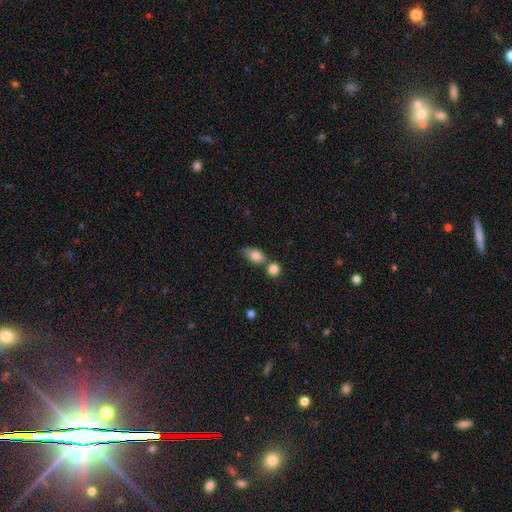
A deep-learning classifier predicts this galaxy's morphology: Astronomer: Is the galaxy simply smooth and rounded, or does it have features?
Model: smooth — 79%.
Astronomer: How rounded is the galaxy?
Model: in between — 81%.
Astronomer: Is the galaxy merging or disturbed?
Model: none — 46% (runner-up: merger, 34%).